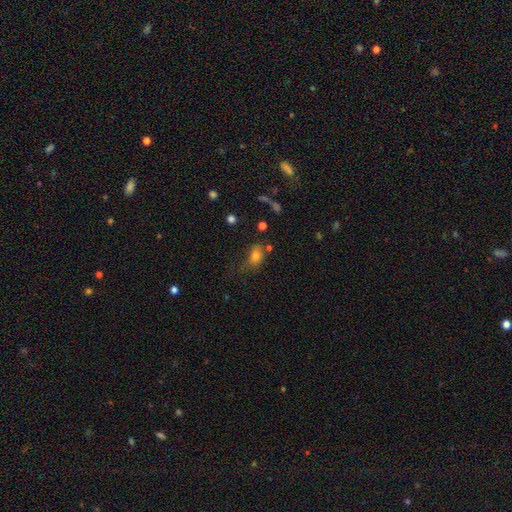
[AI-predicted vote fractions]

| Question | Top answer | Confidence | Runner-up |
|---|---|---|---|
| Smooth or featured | smooth | 75% | star or artifact (13%) |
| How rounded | in between | 78% | round (19%) |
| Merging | none | 51% | minor disturbance (26%) |